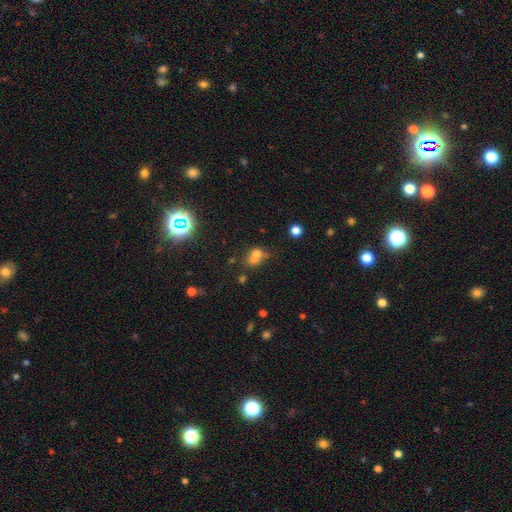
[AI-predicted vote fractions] smooth_or_featured: smooth (p=0.61) [alt: star or artifact p=0.22]
how_rounded: round (p=0.57) [alt: in between p=0.41]
merging: merger (p=0.52) [alt: none p=0.32]